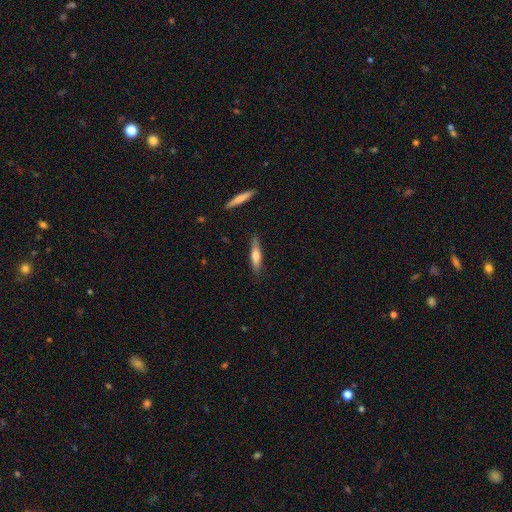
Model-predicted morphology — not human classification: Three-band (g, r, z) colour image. It shows a smooth galaxy with no disk features (60%) that is cigar-shaped (82%). Merging: none (83%).